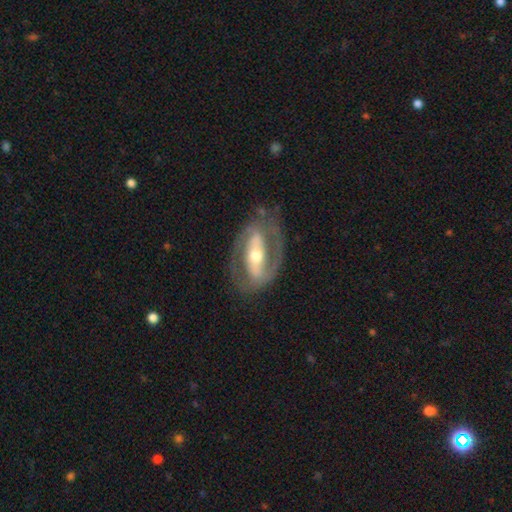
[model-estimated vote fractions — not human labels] A featured or disk galaxy (83%) with a strong bar (62%), 2 (83%) medium (44%) spiral arms (76%) and a moderate central bulge (64%).

Vote fractions:
- Smooth or featured? featured or disk: 83% / smooth: 13% / star or artifact: 4%
- Edge-on disk? no: 92% / yes: 8%
- Bar? strong: 62% / weak: 21% / no: 16%
- Spiral arms? yes: 76% / no: 24%
- Spiral winding? medium: 44% / tight: 39% / loose: 16%
- Spiral arm count? 2: 83% / can't tell: 9% / 1: 6% / 3: 1% / 4: 1% / more than 4: 1%
- Bulge size? moderate: 64% / small: 27% / large: 7% / dominant: 1% / none: 1%
- Merging? none: 75% / minor disturbance: 14% / major disturbance: 9% / merger: 2%